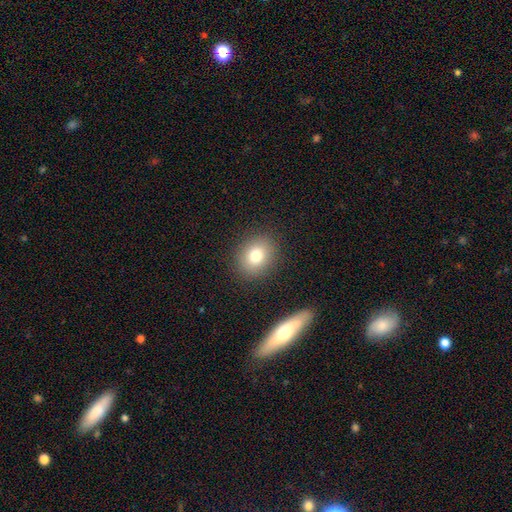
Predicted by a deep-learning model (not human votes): This is likely a smooth galaxy (78%). How rounded: likely round (60%). Merging: clearly none (87%).